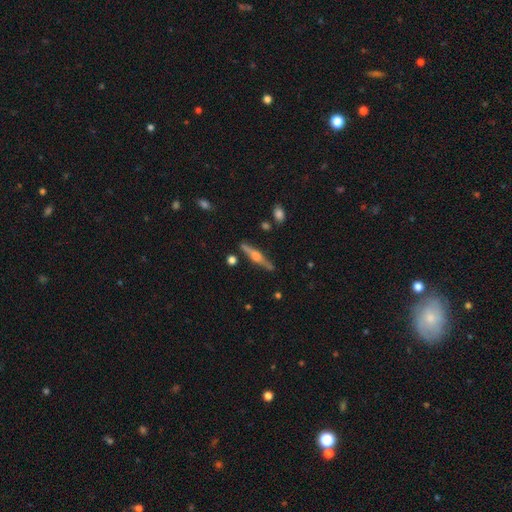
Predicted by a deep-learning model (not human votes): Smooth or featured? featured or disk (73%)
Edge-on disk? yes (97%)
Edge-on bulge? rounded (88%)
Merging? none (85%)